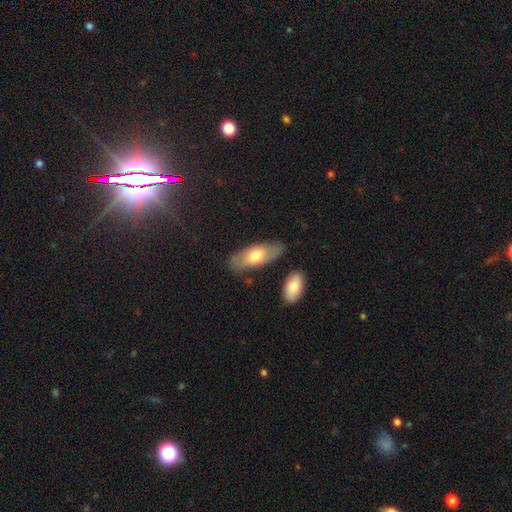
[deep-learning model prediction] smooth_or_featured: smooth (p=0.63) [alt: featured or disk p=0.32]
how_rounded: in between (p=0.77) [alt: cigar-shaped p=0.20]
merging: none (p=0.75) [alt: minor disturbance p=0.17]